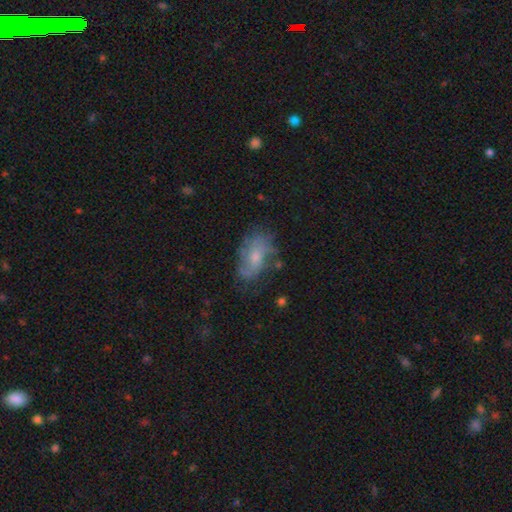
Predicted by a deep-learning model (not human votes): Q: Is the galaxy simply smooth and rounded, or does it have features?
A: featured or disk — 51%.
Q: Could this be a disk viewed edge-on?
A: no — 94%.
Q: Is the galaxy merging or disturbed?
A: none — 56%.